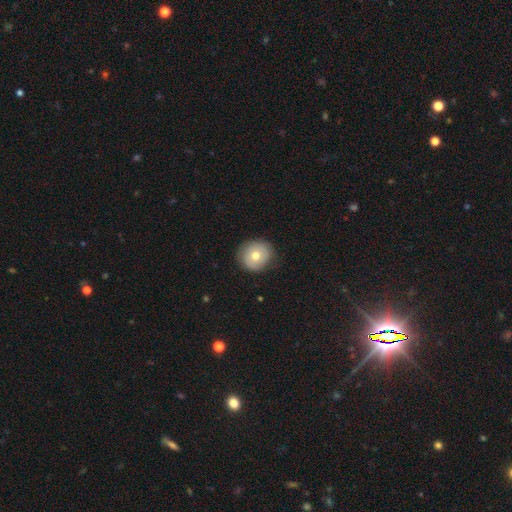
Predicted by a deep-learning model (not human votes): Smooth or featured: smooth — 67% (featured or disk — 25%)
How rounded: round — 89% (in between — 10%)
Merging: none — 84% (minor disturbance — 12%)